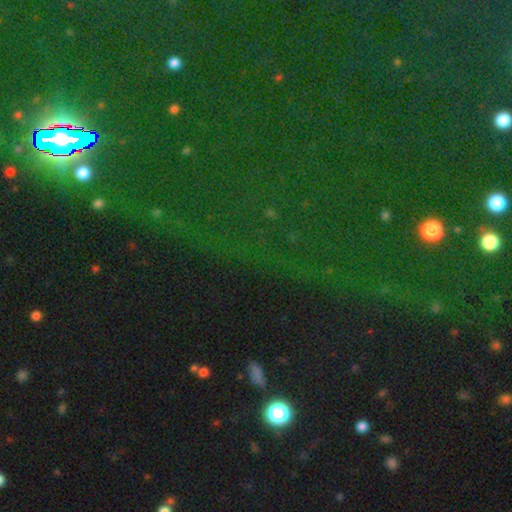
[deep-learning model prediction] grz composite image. It shows a star or artifact, not a galaxy (80%).